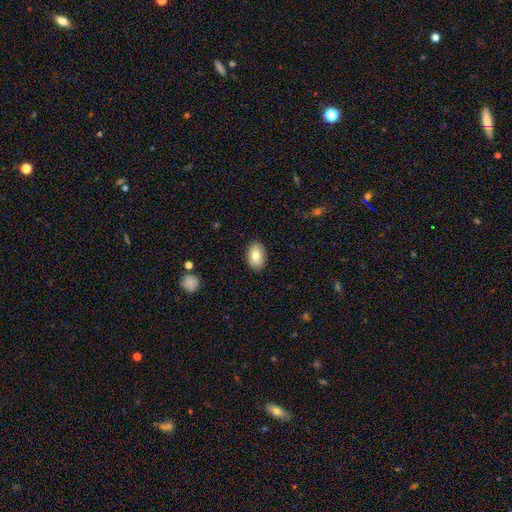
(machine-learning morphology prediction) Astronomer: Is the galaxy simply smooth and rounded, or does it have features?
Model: smooth — 81%.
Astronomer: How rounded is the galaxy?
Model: in between — 89%.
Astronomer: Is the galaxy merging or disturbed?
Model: none — 88%.